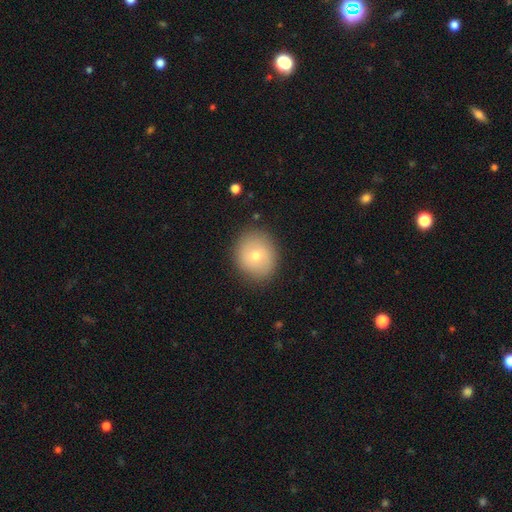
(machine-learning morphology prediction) The model was most divided on "smooth or featured": smooth: 68%, featured or disk: 22%, star or artifact: 10%. More confident: merging — none (87%); how rounded — round (76%).